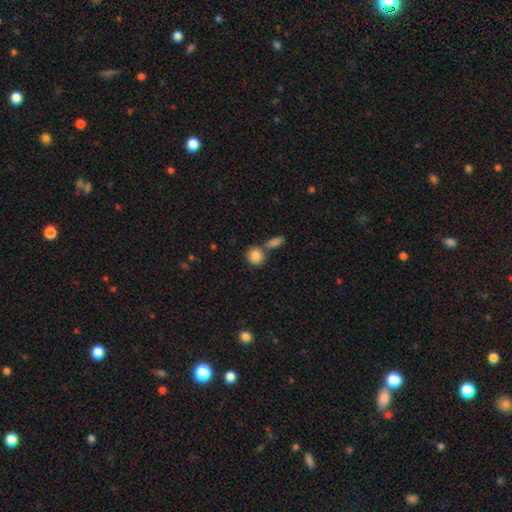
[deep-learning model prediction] The model was most divided on "merging": none: 61%, merger: 27%, minor disturbance: 10%, major disturbance: 3%. More confident: smooth or featured — smooth (85%); how rounded — round (81%).